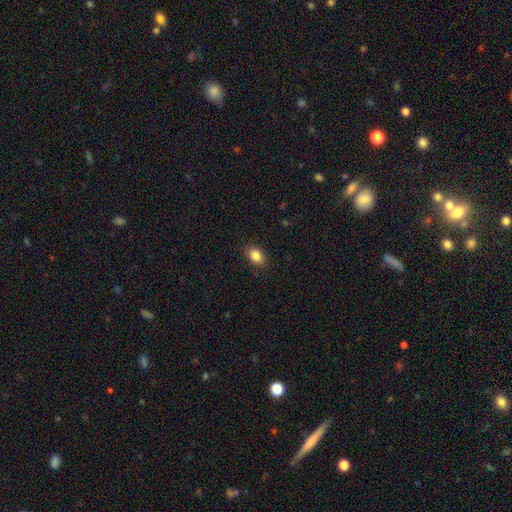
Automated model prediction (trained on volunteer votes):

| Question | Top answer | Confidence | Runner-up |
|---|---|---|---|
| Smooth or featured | smooth | 85% | star or artifact (9%) |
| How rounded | in between | 81% | round (17%) |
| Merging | none | 87% | minor disturbance (10%) |